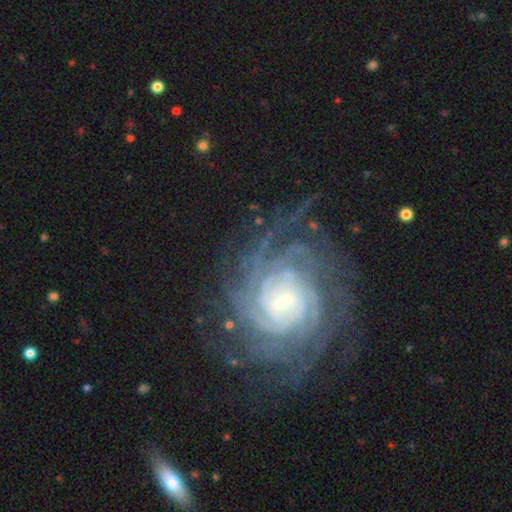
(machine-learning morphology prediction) featured or disk 89%, star or artifact 7%, smooth 5%. Down the decision tree: edge-on disk — no (97%); bar — no (53%); spiral arms — yes (98%); spiral arm count — more than 4 (30%); spiral winding — tight (79%); bulge size — small (69%); merging — none (79%).